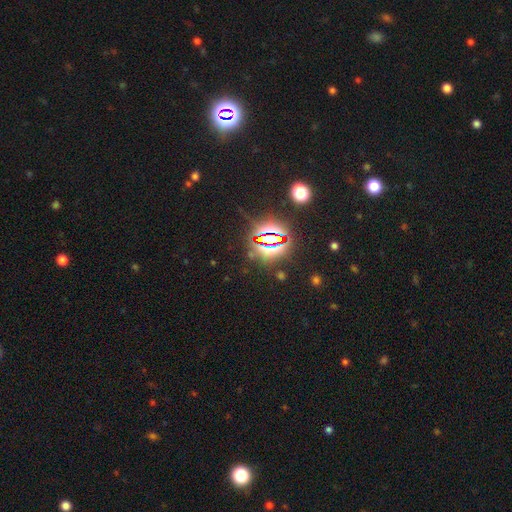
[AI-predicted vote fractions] Q: Smooth or featured?
A: star or artifact (83%); runner-up: smooth (10%)